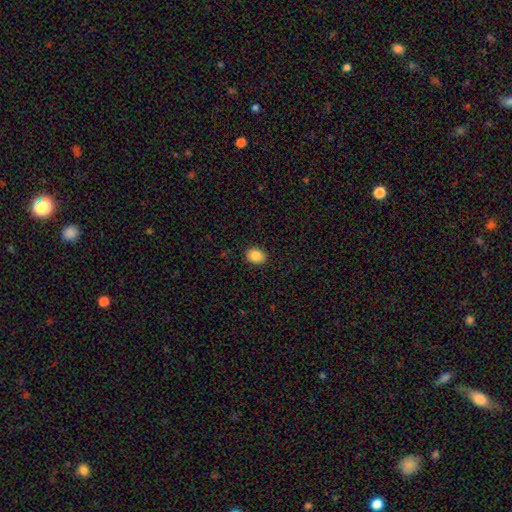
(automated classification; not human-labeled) Smooth or featured?
  - smooth: 87% *
  - star or artifact: 8%
  - featured or disk: 4%
How rounded?
  - in between: 61% *
  - round: 38%
  - cigar-shaped: 1%
Merging?
  - none: 90% *
  - minor disturbance: 7%
  - major disturbance: 2%
  - merger: 1%